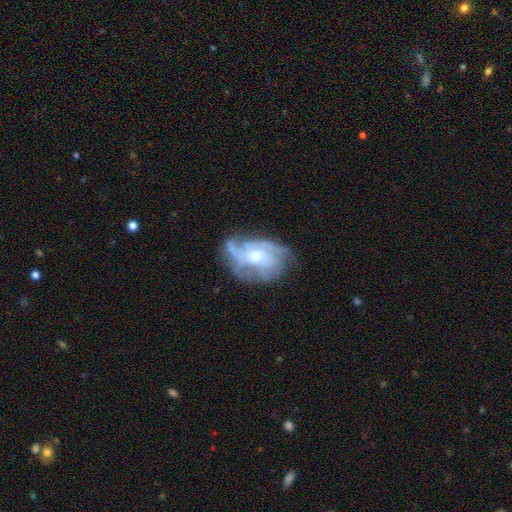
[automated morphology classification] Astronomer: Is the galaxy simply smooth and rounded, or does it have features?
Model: featured or disk — 79%.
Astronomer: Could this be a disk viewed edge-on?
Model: no — 96%.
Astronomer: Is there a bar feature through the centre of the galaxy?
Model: no — 71%.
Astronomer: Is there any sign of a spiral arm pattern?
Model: yes — 83%.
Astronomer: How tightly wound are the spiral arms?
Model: tight — 42% (runner-up: medium, 40%).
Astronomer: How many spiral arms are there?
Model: can't tell — 36% (runner-up: 3, 25%).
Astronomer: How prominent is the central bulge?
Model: moderate — 62%.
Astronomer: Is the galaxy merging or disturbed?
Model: none — 53%.